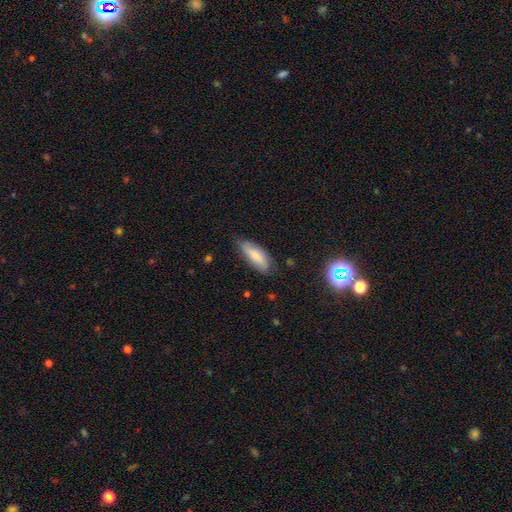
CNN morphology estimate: Q: Smooth or featured?
A: smooth (80%); runner-up: featured or disk (13%)
Q: How rounded?
A: in between (66%); runner-up: cigar-shaped (32%)
Q: Merging?
A: none (69%); runner-up: minor disturbance (25%)